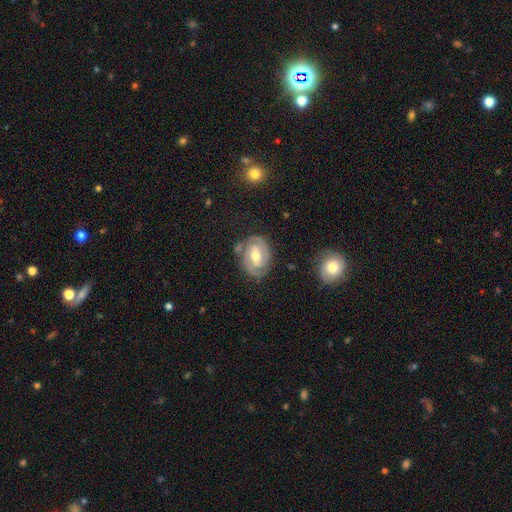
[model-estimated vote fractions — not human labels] Smooth or featured? Predicted: featured or disk (p=0.83). Edge-on disk? Predicted: no (p=0.97). Bar? Predicted: weak (p=0.50). Spiral arms? Predicted: yes (p=0.94). Spiral winding? Predicted: tight (p=0.61). Spiral arm count? Predicted: 2 (p=0.82). Bulge size? Predicted: moderate (p=0.71). Merging? Predicted: none (p=0.77).